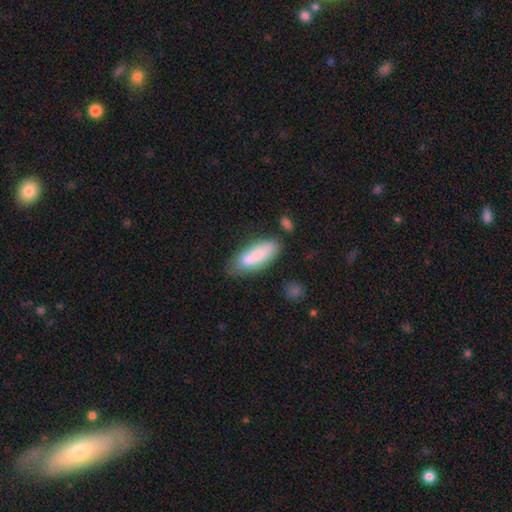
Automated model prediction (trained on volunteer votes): Smooth or featured? Predicted: smooth (p=0.81). How rounded? Predicted: in between (p=0.64). Merging? Predicted: none (p=0.59).